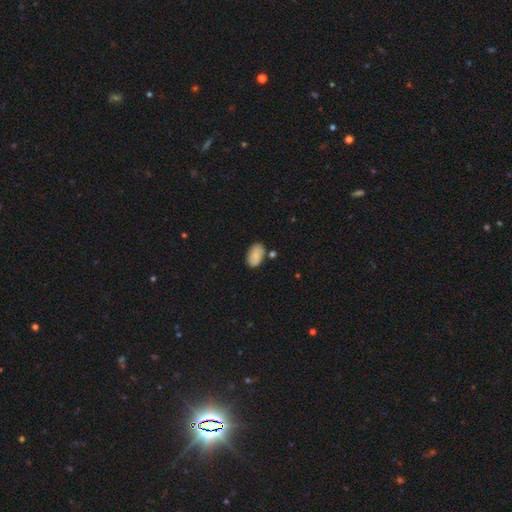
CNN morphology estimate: Smooth or featured?
  - smooth: 83% *
  - featured or disk: 10%
  - star or artifact: 8%
How rounded?
  - in between: 94% *
  - round: 5%
  - cigar-shaped: 1%
Merging?
  - none: 73% *
  - minor disturbance: 16%
  - merger: 8%
  - major disturbance: 3%